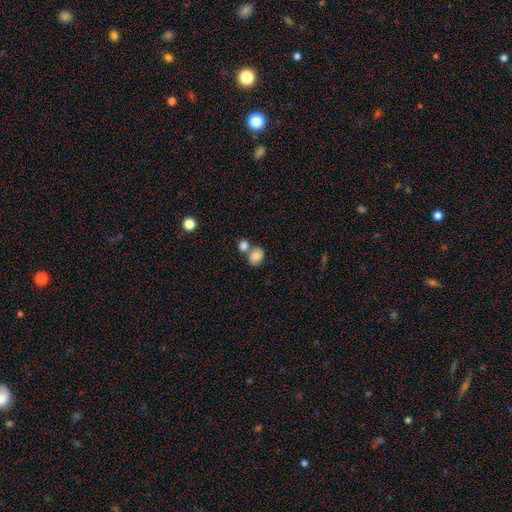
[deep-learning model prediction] A smooth galaxy with no disk features (85%) that is in between round and cigar-shaped (55%).

Vote fractions:
- Smooth or featured? smooth: 85% / star or artifact: 8% / featured or disk: 7%
- How rounded? in between: 55% / round: 44% / cigar-shaped: 1%
- Merging? none: 44% / merger: 42% / minor disturbance: 10% / major disturbance: 4%